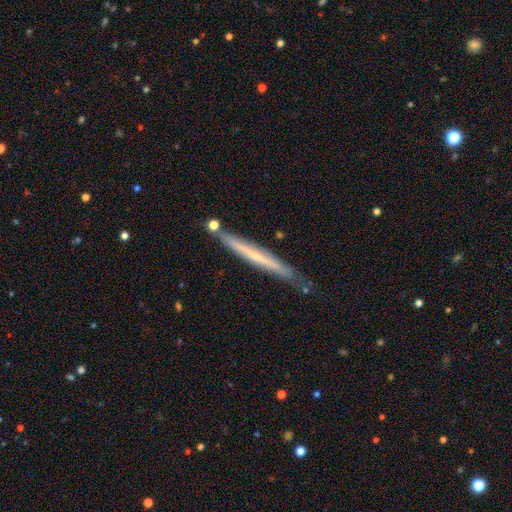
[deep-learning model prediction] A featured or disk galaxy (59%) viewed edge-on (94%) with no central bulge (61%). Merging: none (77%).